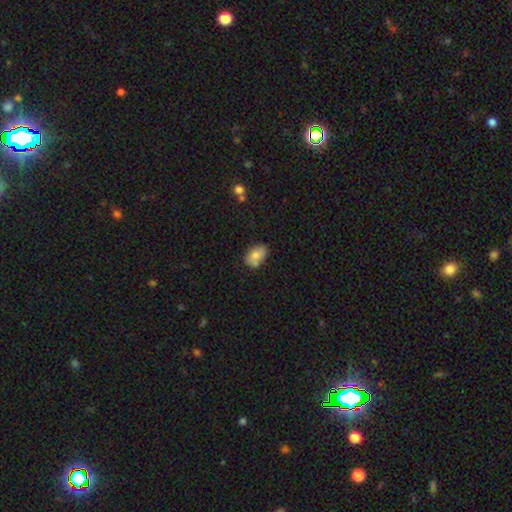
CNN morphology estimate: smooth_or_featured: smooth (p=0.78) [alt: featured or disk p=0.14]
how_rounded: in between (p=0.86) [alt: round p=0.12]
merging: none (p=0.61) [alt: minor disturbance p=0.23]